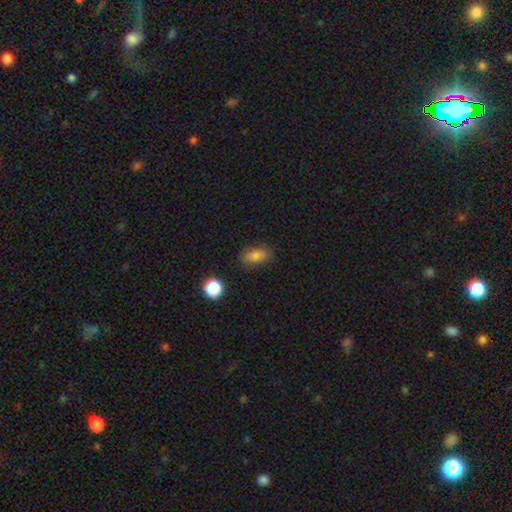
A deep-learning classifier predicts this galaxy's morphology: Q: Smooth or featured?
A: smooth (79%); runner-up: featured or disk (11%)
Q: How rounded?
A: in between (84%); runner-up: round (9%)
Q: Merging?
A: none (80%); runner-up: minor disturbance (15%)